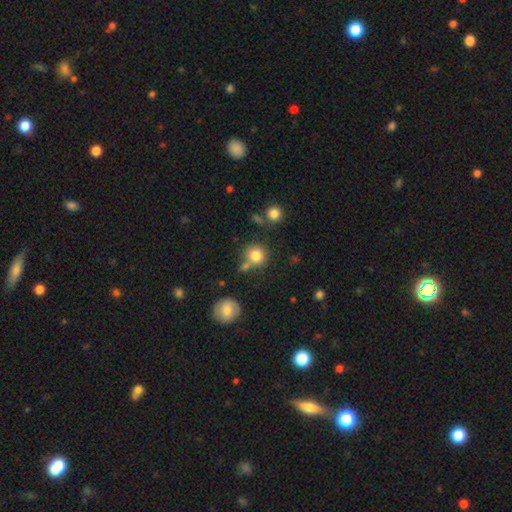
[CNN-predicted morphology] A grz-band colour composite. It shows a smooth galaxy with no disk features (82%) that is round (89%). Merging: none (64%).